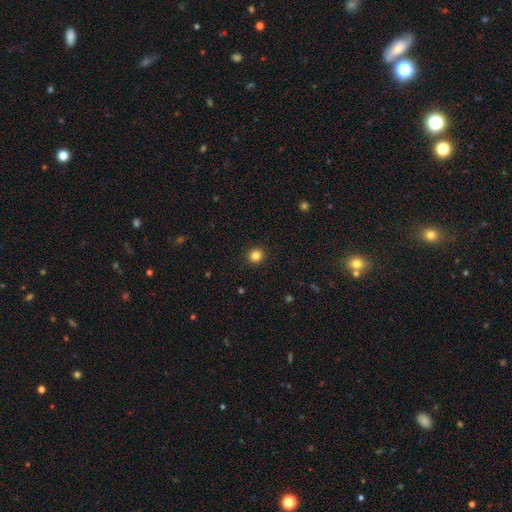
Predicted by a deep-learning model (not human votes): smooth_or_featured: smooth (p=0.84) [alt: star or artifact p=0.12]
how_rounded: round (p=0.92) [alt: in between p=0.07]
merging: none (p=0.93) [alt: minor disturbance p=0.05]